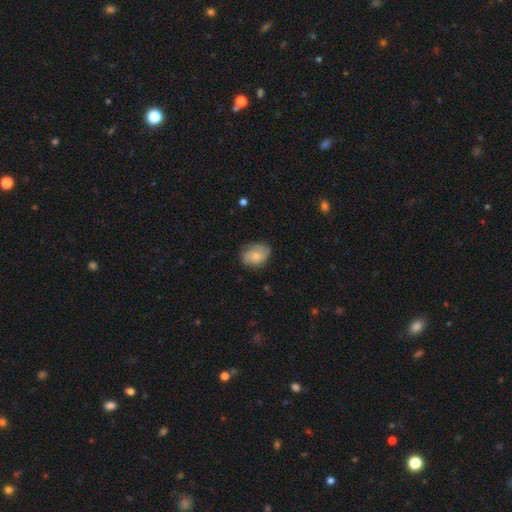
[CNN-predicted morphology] smooth-or-featured: smooth: 62% | featured or disk: 30% | star or artifact: 8%
  how-rounded: in between: 66% | round: 33% | cigar-shaped: 1%
  merging: none: 66% | minor disturbance: 25% | major disturbance: 8% | merger: 1%